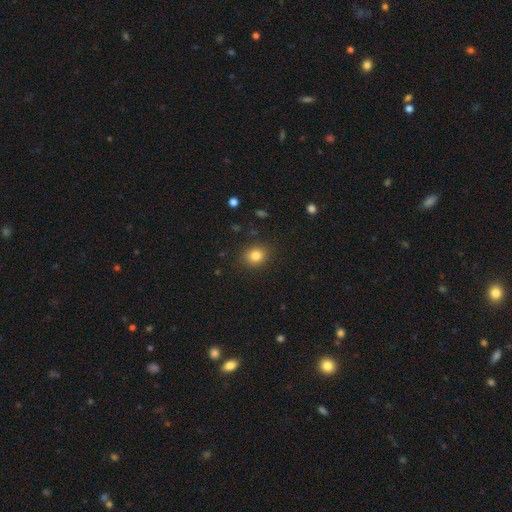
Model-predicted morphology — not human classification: Smooth or featured?
  - smooth: 82% *
  - star or artifact: 12%
  - featured or disk: 7%
How rounded?
  - round: 67% *
  - in between: 32%
  - cigar-shaped: 1%
Merging?
  - none: 87% *
  - minor disturbance: 9%
  - major disturbance: 3%
  - merger: 1%